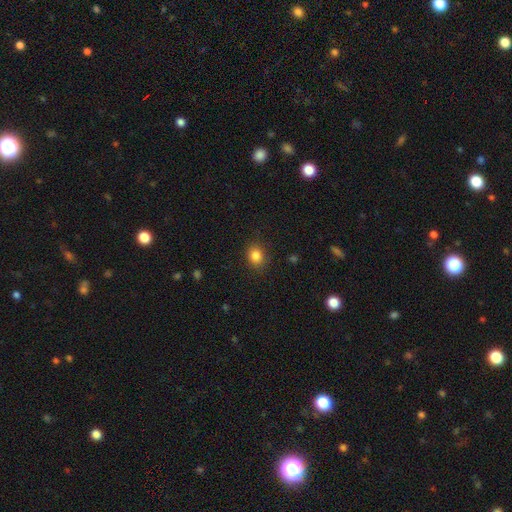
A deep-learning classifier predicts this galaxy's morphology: Smooth or featured?
  - smooth: 84% *
  - star or artifact: 11%
  - featured or disk: 5%
How rounded?
  - round: 65% *
  - in between: 34%
  - cigar-shaped: 1%
Merging?
  - none: 87% *
  - minor disturbance: 10%
  - major disturbance: 3%
  - merger: 1%